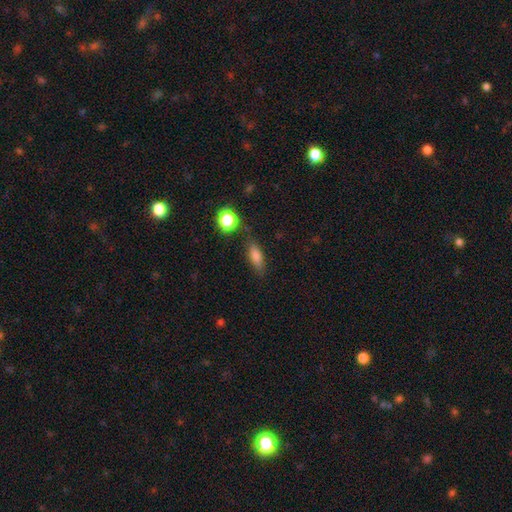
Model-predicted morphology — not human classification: Smooth or featured: smooth — 77% (featured or disk — 12%)
How rounded: in between — 66% (cigar-shaped — 28%)
Merging: none — 79% (minor disturbance — 14%)